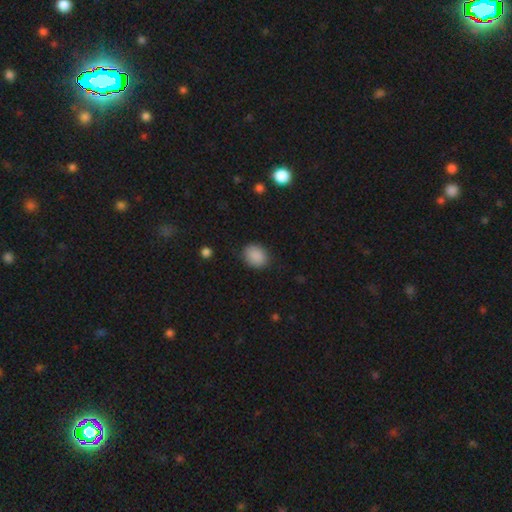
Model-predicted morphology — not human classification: This appears to be a smooth galaxy with no disk features (88%) that is round (54%). Merging: none (84%).